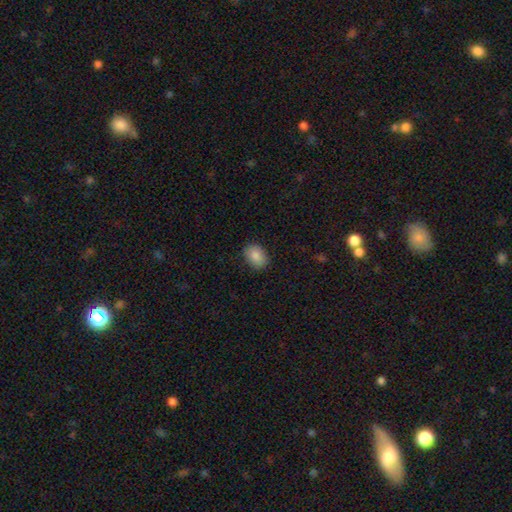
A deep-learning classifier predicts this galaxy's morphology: This appears to be a smooth galaxy with no disk features (88%) that is in between round and cigar-shaped (74%). Merging: none (87%).